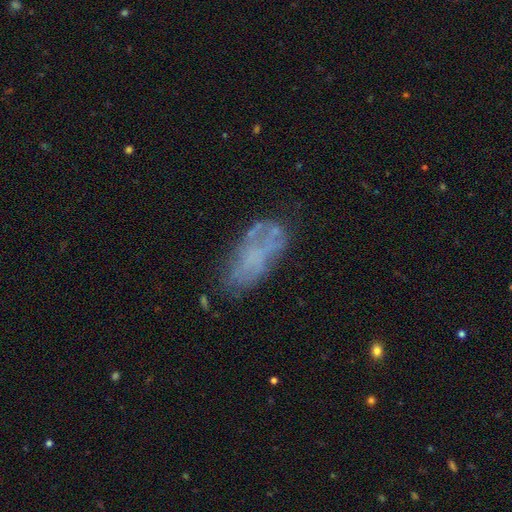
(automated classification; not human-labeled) This is possibly a featured or disk galaxy (49%). Merging: possibly none (55%).